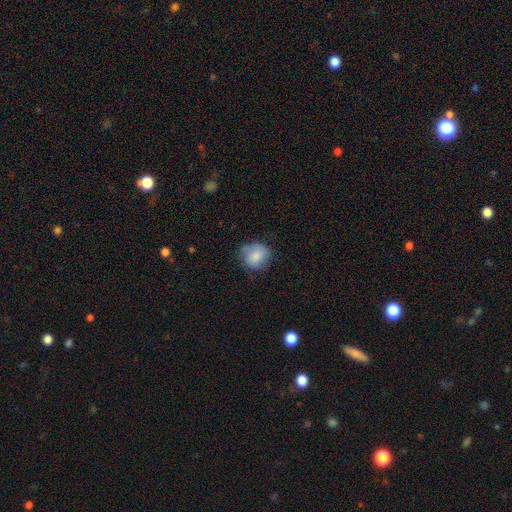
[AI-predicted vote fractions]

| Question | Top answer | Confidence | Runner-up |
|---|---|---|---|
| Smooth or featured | smooth | 80% | featured or disk (13%) |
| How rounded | round | 79% | in between (20%) |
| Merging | none | 65% | minor disturbance (26%) |